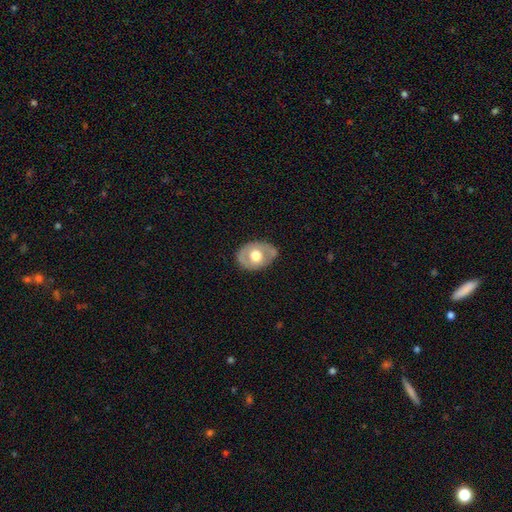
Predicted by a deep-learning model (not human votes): Smooth or featured?
  - featured or disk: 48% *
  - smooth: 47%
  - star or artifact: 6%
Merging?
  - none: 69% *
  - minor disturbance: 22%
  - major disturbance: 6%
  - merger: 2%